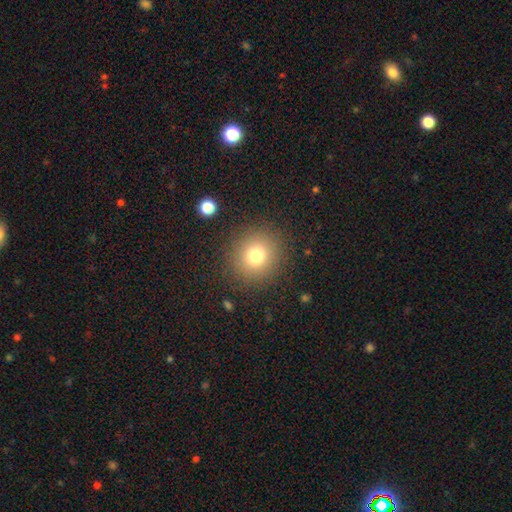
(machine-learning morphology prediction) Smooth or featured? smooth (77%)
How rounded? round (92%)
Merging? none (88%)